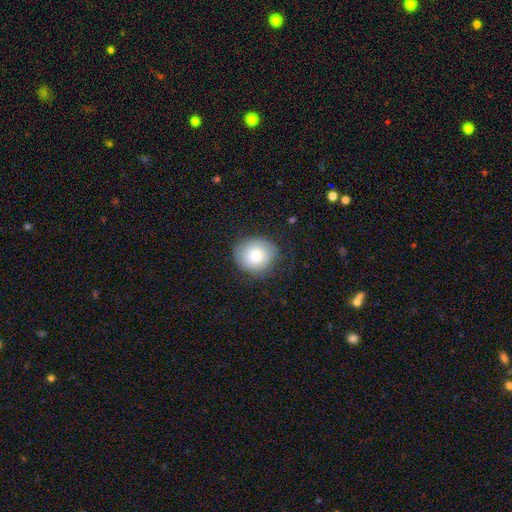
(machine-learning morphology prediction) The model was most divided on "smooth or featured": smooth: 71%, featured or disk: 22%, star or artifact: 7%. More confident: how rounded — round (84%); merging — none (72%).